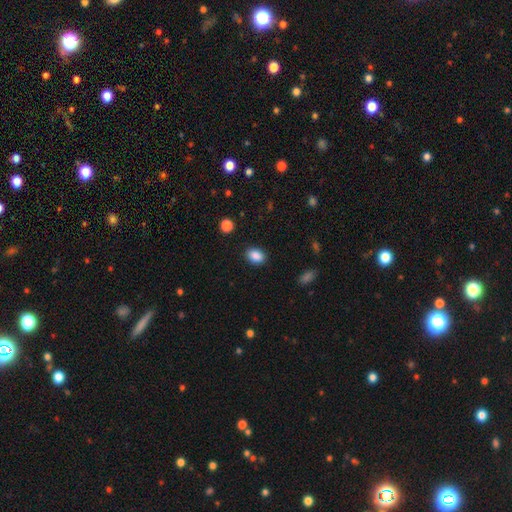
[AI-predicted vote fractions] Q: Smooth or featured?
A: smooth (88%); runner-up: star or artifact (9%)
Q: How rounded?
A: in between (74%); runner-up: round (25%)
Q: Merging?
A: none (88%); runner-up: minor disturbance (8%)